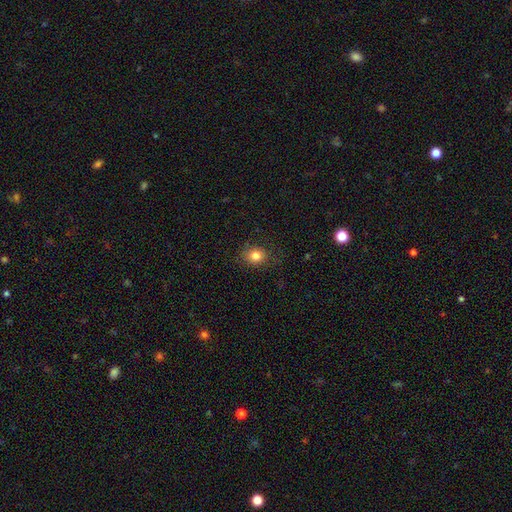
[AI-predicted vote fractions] Smooth or featured?
  - smooth: 81% *
  - star or artifact: 12%
  - featured or disk: 7%
How rounded?
  - round: 65% *
  - in between: 34%
  - cigar-shaped: 1%
Merging?
  - none: 82% *
  - minor disturbance: 13%
  - major disturbance: 4%
  - merger: 1%